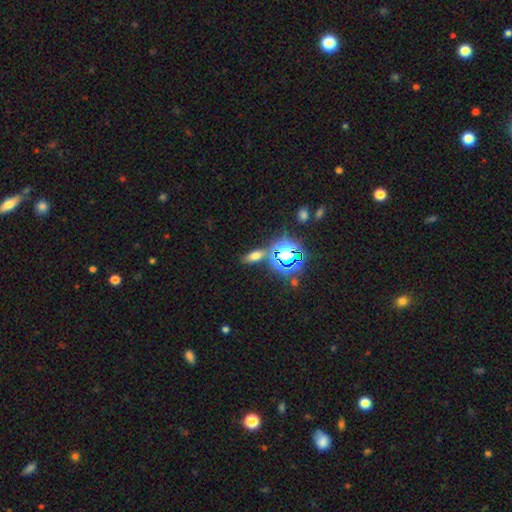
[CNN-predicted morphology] type=smooth (56%); roundness=in between (71%); merging=none (78%).